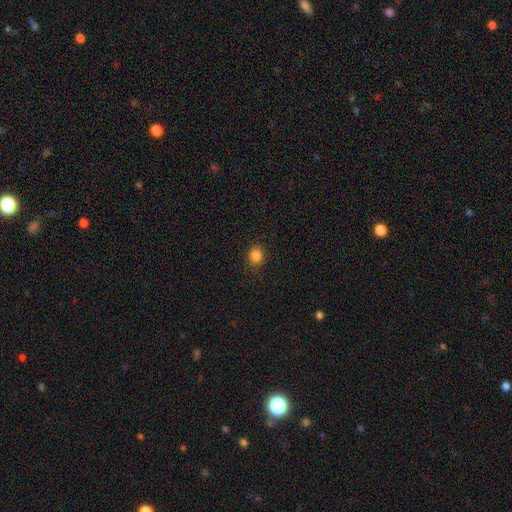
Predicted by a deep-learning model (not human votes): Overall: smooth (85%). How rounded: round (63%; in between 36%). Merging: none (88%).